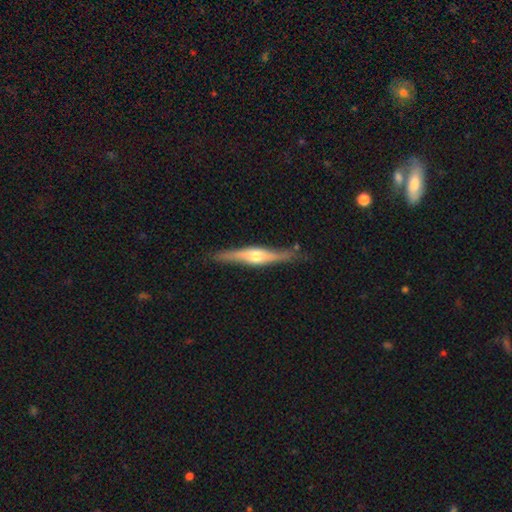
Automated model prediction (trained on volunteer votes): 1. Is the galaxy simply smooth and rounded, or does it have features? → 67% featured or disk, 28% smooth, 5% star or artifact.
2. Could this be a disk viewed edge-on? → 94% yes, 6% no.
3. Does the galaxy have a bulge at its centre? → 91% rounded, 5% boxy, 4% none.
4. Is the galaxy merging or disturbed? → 82% none, 13% minor disturbance, 3% major disturbance, 2% merger.